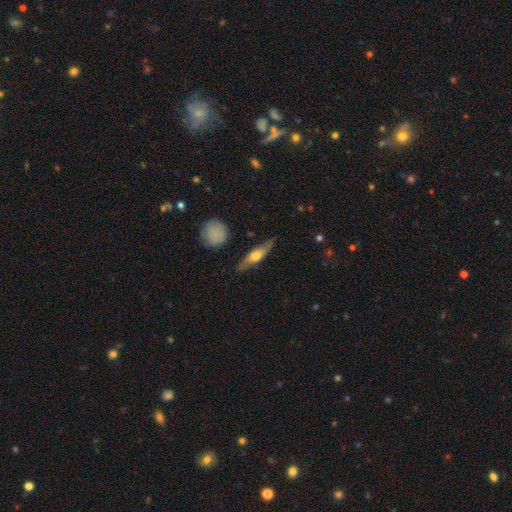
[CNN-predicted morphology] Q: Smooth or featured?
A: featured or disk (50%); runner-up: smooth (44%)
Q: Edge-on disk?
A: yes (84%); runner-up: no (16%)
Q: Merging?
A: none (80%); runner-up: minor disturbance (14%)